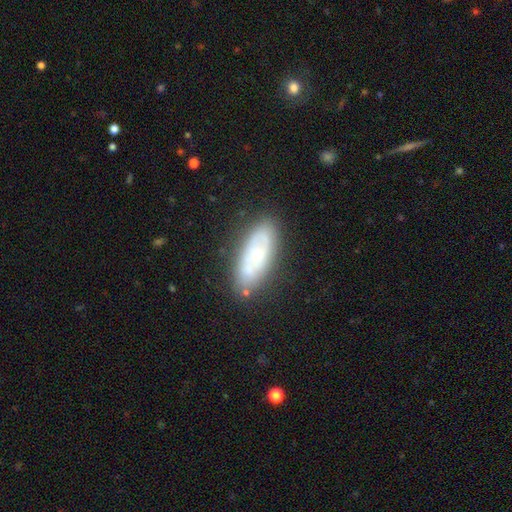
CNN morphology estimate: featured or disk 47%, smooth 45%, star or artifact 8%. Down the decision tree: merging — none (74%).